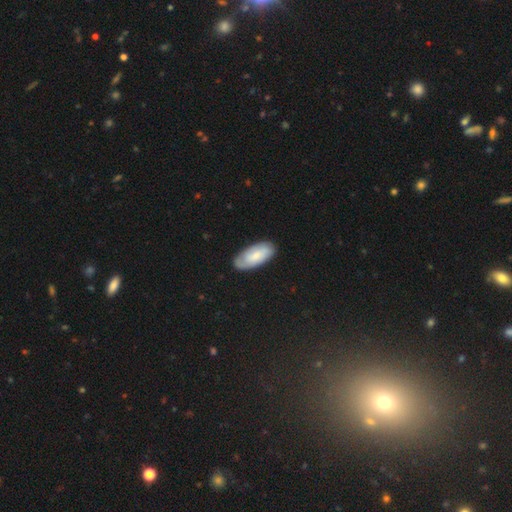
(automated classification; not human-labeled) The model was most divided on "smooth or featured": smooth: 67%, featured or disk: 28%, star or artifact: 6%. More confident: how rounded — in between (91%); merging — none (82%).